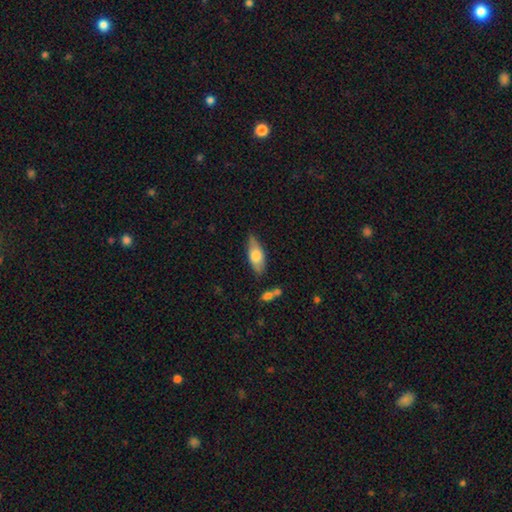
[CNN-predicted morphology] Overall: smooth (68%). How rounded: in between (77%). Merging: none (72%).